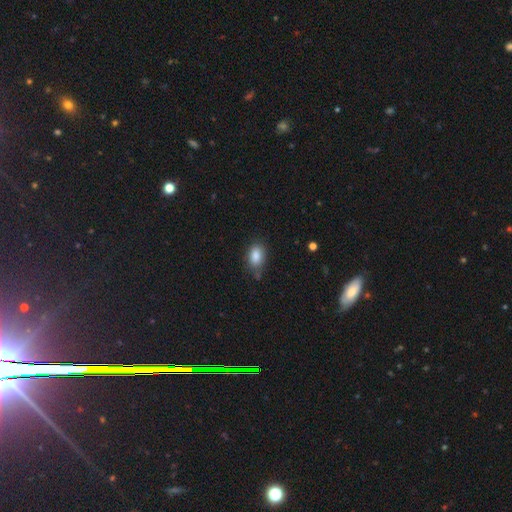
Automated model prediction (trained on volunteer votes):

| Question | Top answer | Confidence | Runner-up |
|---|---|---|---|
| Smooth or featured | smooth | 86% | star or artifact (8%) |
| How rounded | in between | 82% | round (17%) |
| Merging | none | 72% | minor disturbance (20%) |